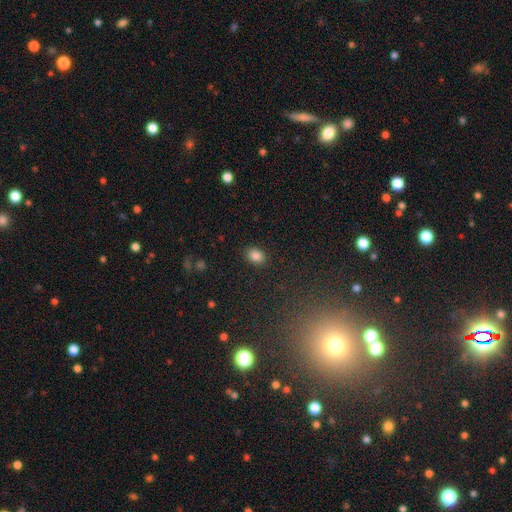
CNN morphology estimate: Smooth or featured? Predicted: smooth (p=0.85). How rounded? Predicted: in between (p=0.65). Merging? Predicted: none (p=0.88).